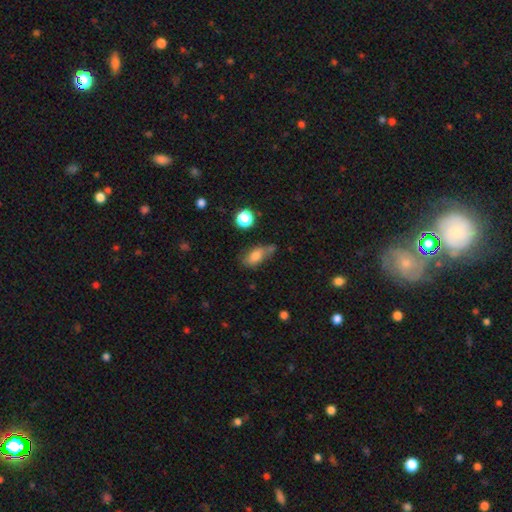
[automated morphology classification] Q: Smooth or featured?
A: smooth (76%); runner-up: featured or disk (14%)
Q: How rounded?
A: in between (81%); runner-up: round (10%)
Q: Merging?
A: none (47%); runner-up: minor disturbance (28%)